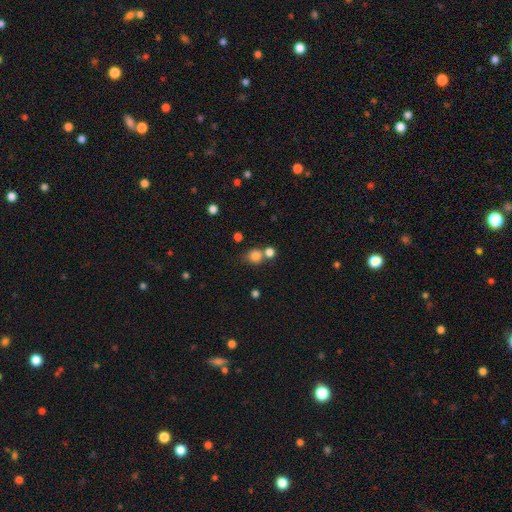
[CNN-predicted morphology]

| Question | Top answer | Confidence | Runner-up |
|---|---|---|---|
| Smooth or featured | smooth | 81% | star or artifact (13%) |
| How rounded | round | 83% | in between (16%) |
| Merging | none | 54% | merger (31%) |